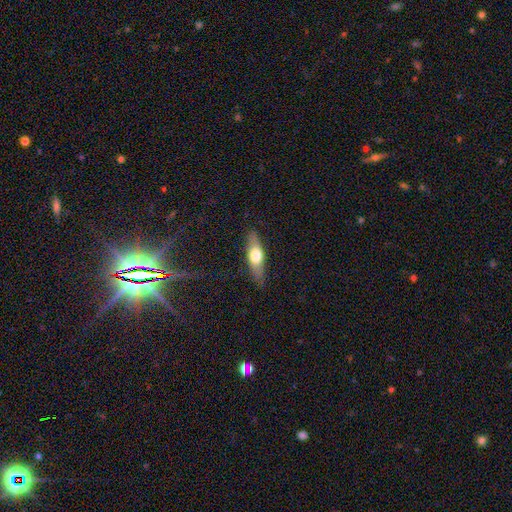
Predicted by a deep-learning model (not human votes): Smooth or featured: smooth — 53% (featured or disk — 41%)
How rounded: cigar-shaped — 51% (in between — 46%)
Merging: none — 84% (minor disturbance — 12%)